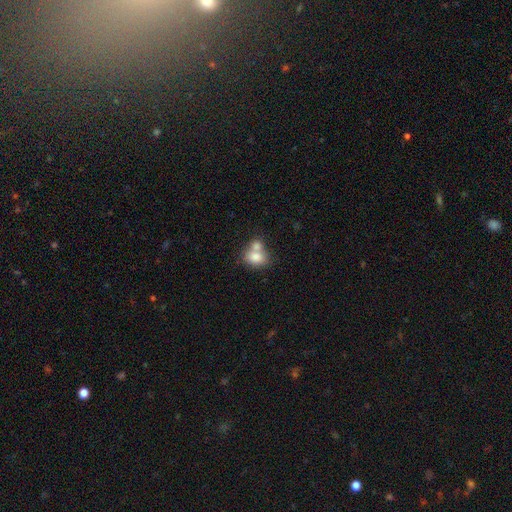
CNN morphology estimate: This is likely a smooth galaxy (78%). How rounded: likely in between (62%). Merging: possibly merger (54%).